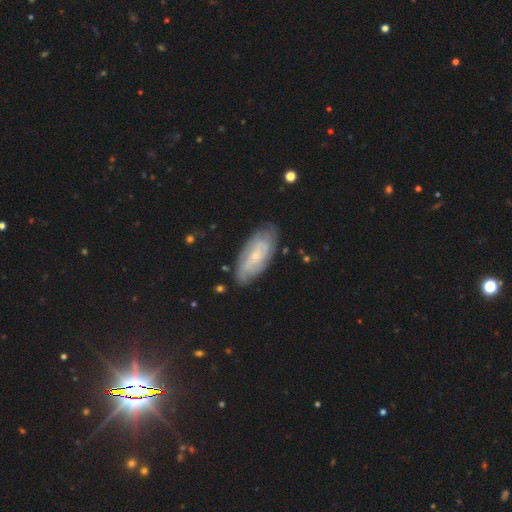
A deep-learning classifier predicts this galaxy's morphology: featured or disk 62%, smooth 32%, star or artifact 7%. Down the decision tree: edge-on disk — no (89%); bar — no (62%); spiral arms — yes (85%); bulge size — small (73%); merging — none (76%).